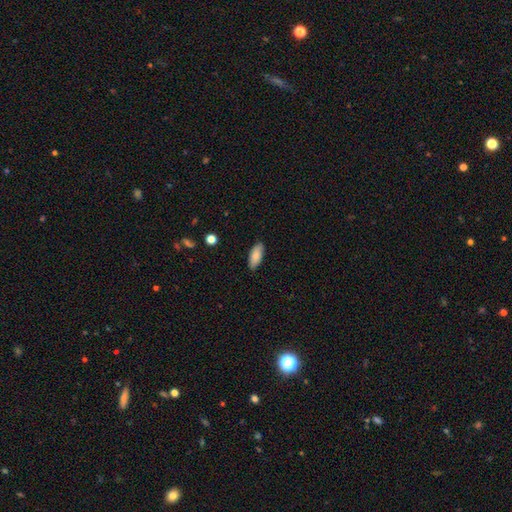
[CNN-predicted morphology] Smooth or featured? Predicted: smooth (p=0.86). How rounded? Predicted: in between (p=0.83). Merging? Predicted: none (p=0.87).